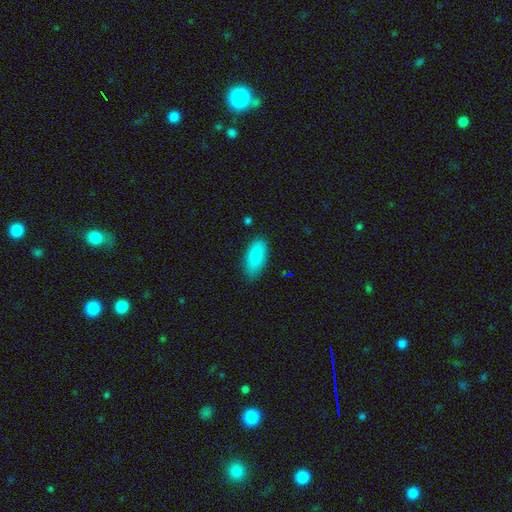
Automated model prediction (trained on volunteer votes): smooth_or_featured: smooth (p=0.88) [alt: star or artifact p=0.07]
how_rounded: in between (p=0.86) [alt: cigar-shaped p=0.12]
merging: none (p=0.83) [alt: minor disturbance p=0.13]